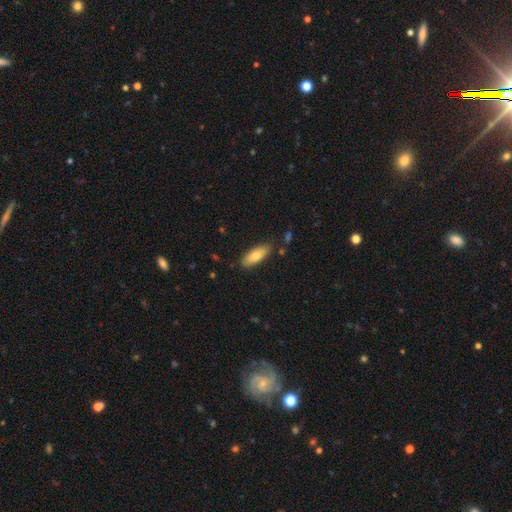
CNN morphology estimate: A smooth galaxy with no disk features (76%) that is in between round and cigar-shaped (70%).

Vote fractions:
- Smooth or featured? smooth: 76% / featured or disk: 18% / star or artifact: 6%
- How rounded? in between: 70% / cigar-shaped: 28% / round: 2%
- Merging? none: 83% / minor disturbance: 13% / major disturbance: 2% / merger: 2%